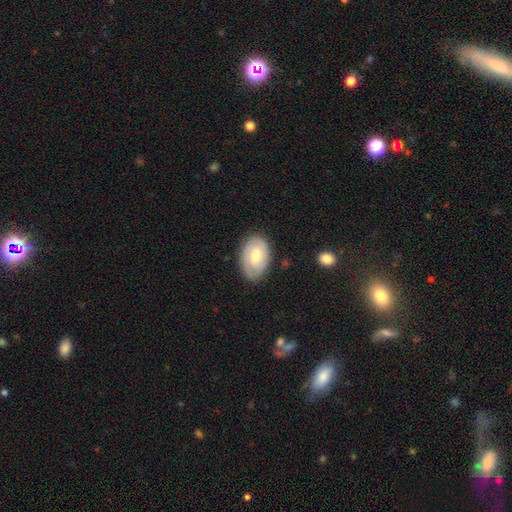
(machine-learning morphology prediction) The model was most divided on "smooth or featured": featured or disk: 51%, smooth: 43%, star or artifact: 6%. More confident: edge-on disk — no (95%); merging — none (78%).